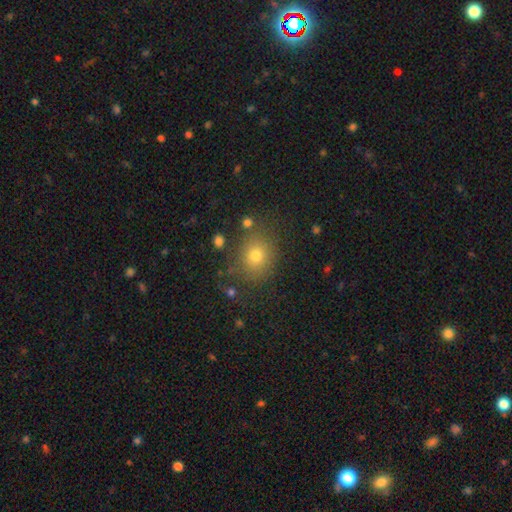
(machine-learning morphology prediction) A smooth galaxy with no disk features (74%) that is round (76%). Merging: none (80%).